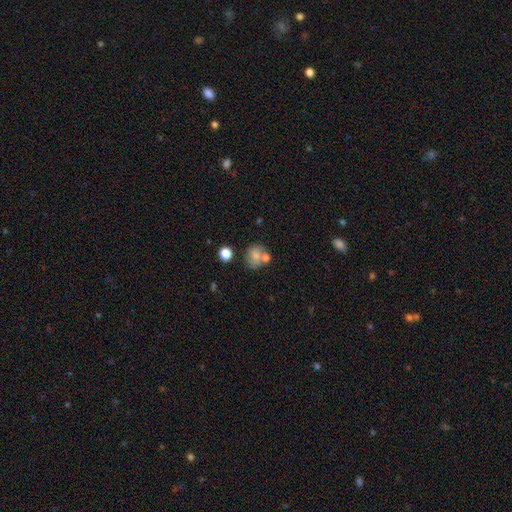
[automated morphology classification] The model was most divided on "merging": none: 49%, merger: 28%, minor disturbance: 16%, major disturbance: 7%. More confident: smooth or featured — smooth (74%); how rounded — round (68%).